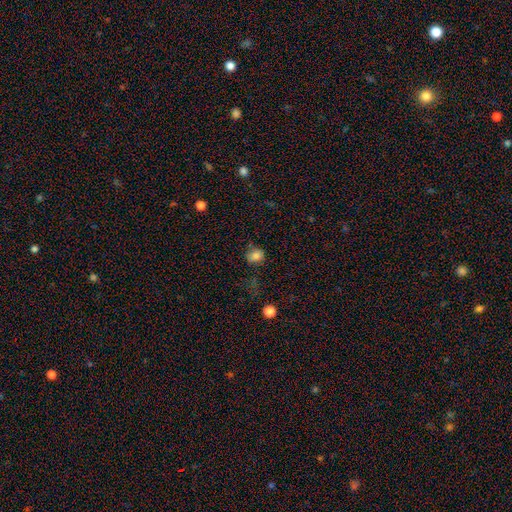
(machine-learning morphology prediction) Smooth or featured: smooth — 81% (star or artifact — 13%)
How rounded: round — 64% (in between — 35%)
Merging: none — 70% (minor disturbance — 21%)